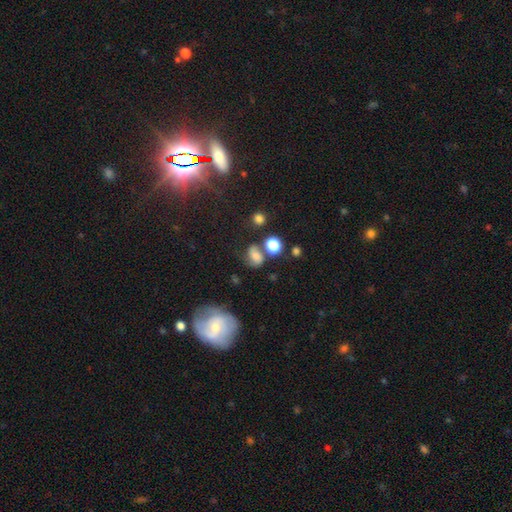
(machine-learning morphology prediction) smooth-or-featured: smooth: 63% | featured or disk: 21% | star or artifact: 17%
  how-rounded: in between: 58% | round: 41% | cigar-shaped: 2%
  merging: none: 45% | minor disturbance: 22% | merger: 21% | major disturbance: 13%